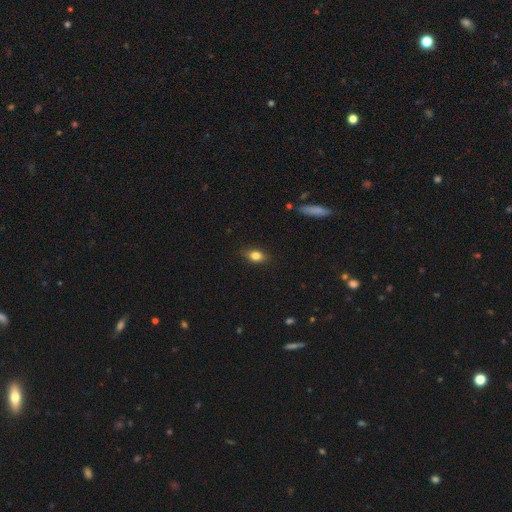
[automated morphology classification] Smooth or featured? Predicted: smooth (p=0.81). How rounded? Predicted: in between (p=0.77). Merging? Predicted: none (p=0.85).